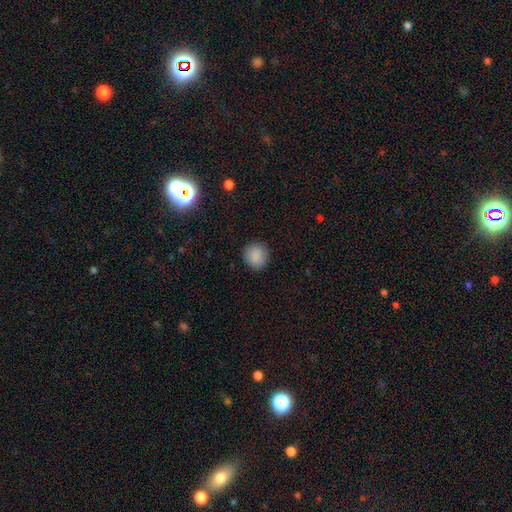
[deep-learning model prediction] A smooth galaxy with no disk features (88%) that is round (89%).

Vote fractions:
- Smooth or featured? smooth: 88% / star or artifact: 8% / featured or disk: 4%
- How rounded? round: 89% / in between: 10% / cigar-shaped: 1%
- Merging? none: 90% / minor disturbance: 7% / major disturbance: 2% / merger: 1%